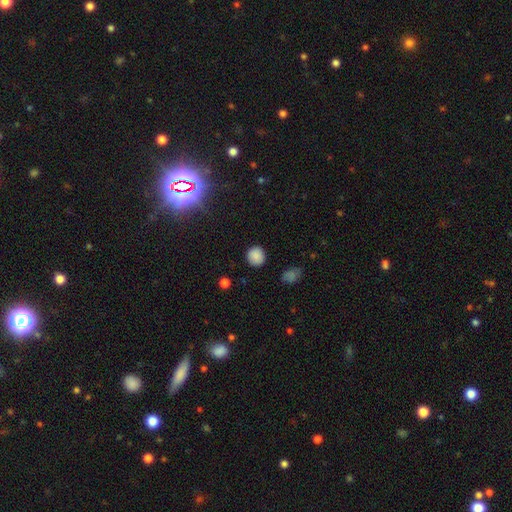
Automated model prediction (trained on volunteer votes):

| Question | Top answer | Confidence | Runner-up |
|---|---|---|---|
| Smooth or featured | smooth | 85% | star or artifact (11%) |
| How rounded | round | 90% | in between (9%) |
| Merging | none | 89% | minor disturbance (7%) |